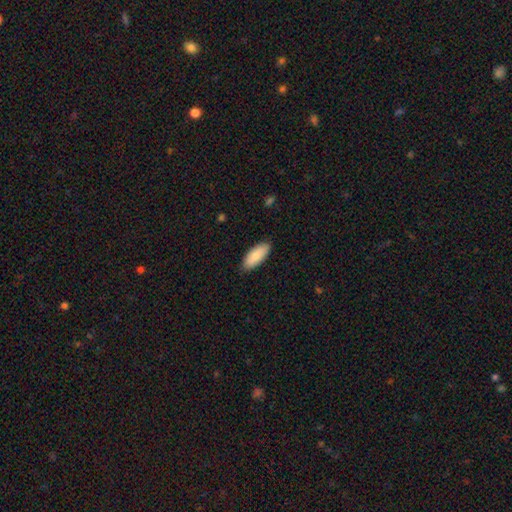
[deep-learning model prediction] A smooth galaxy with no disk features (86%) that is in between round and cigar-shaped (83%). Merging: none (86%).